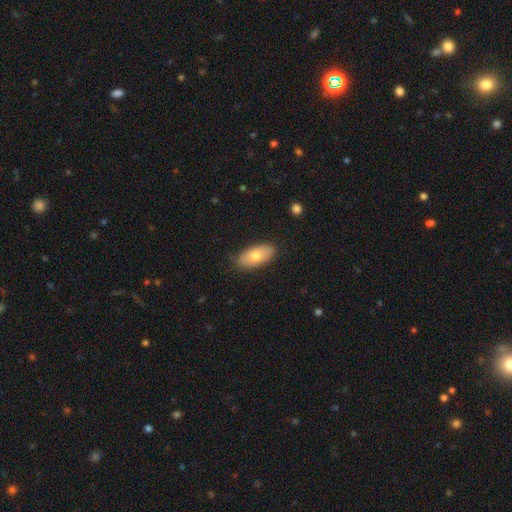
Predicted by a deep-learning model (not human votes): Morphology: type=smooth (72%); roundness=in between (91%); merging=none (84%).